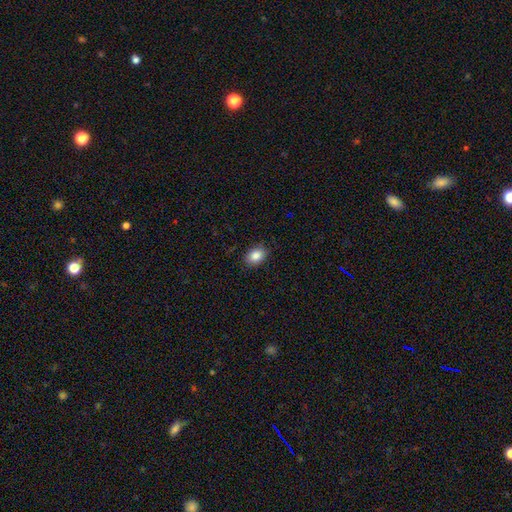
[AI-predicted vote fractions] smooth 86%, star or artifact 8%, featured or disk 5%. Down the decision tree: how rounded — in between (75%); merging — none (87%).